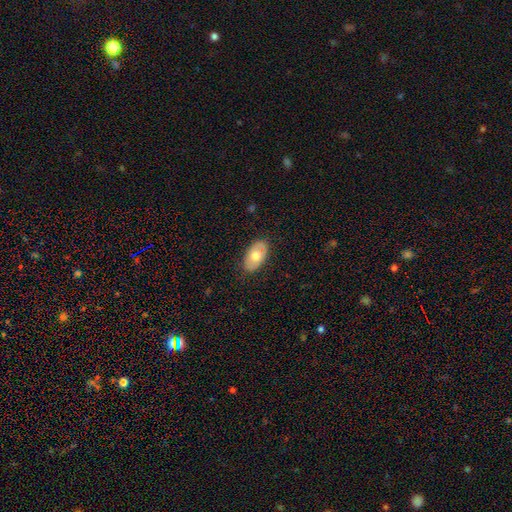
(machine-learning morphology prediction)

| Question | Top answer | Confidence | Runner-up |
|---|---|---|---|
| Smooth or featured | smooth | 63% | featured or disk (31%) |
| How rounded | in between | 93% | round (5%) |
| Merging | none | 83% | minor disturbance (13%) |